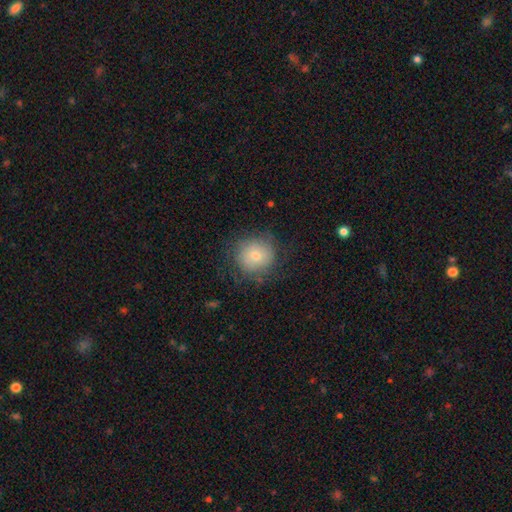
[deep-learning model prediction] Smooth or featured?
  - smooth: 68% *
  - featured or disk: 21%
  - star or artifact: 11%
How rounded?
  - round: 91% *
  - in between: 8%
  - cigar-shaped: 1%
Merging?
  - none: 74% *
  - minor disturbance: 16%
  - major disturbance: 9%
  - merger: 1%